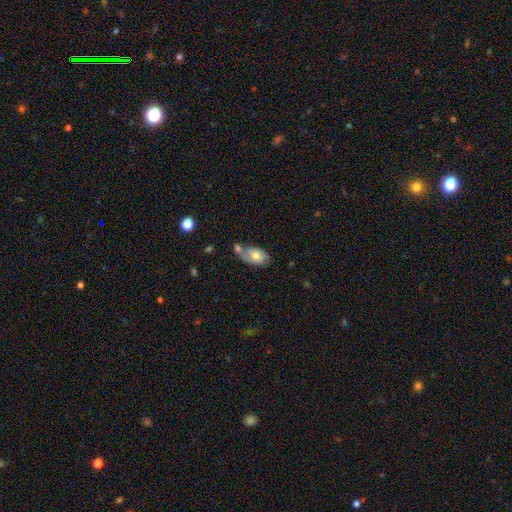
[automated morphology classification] This appears to be a smooth galaxy with no disk features (58%) that is in between round and cigar-shaped (89%). Merging: none (36%).